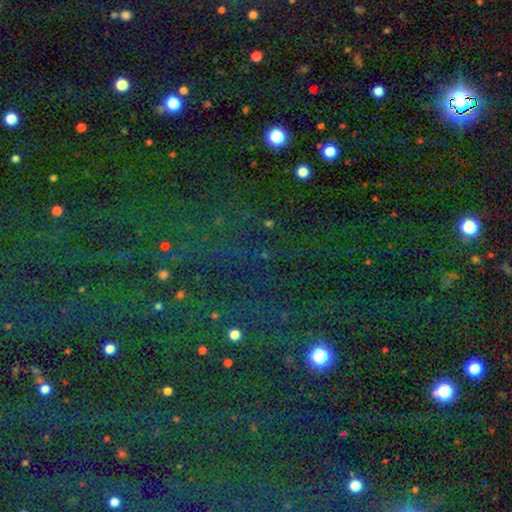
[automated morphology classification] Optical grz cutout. It shows a star or artifact, not a galaxy (79%).